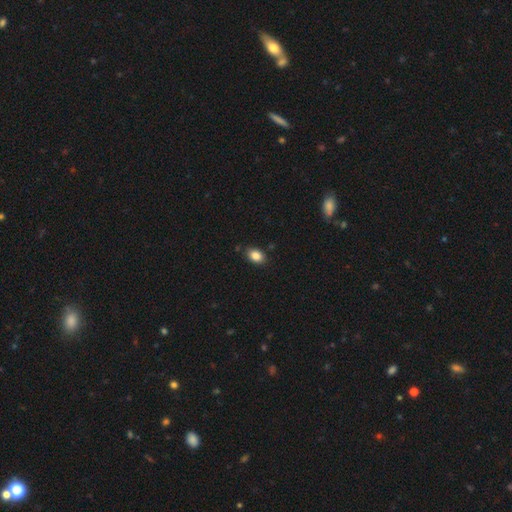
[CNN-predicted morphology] type=smooth (85%); roundness=in between (82%); merging=none (85%).